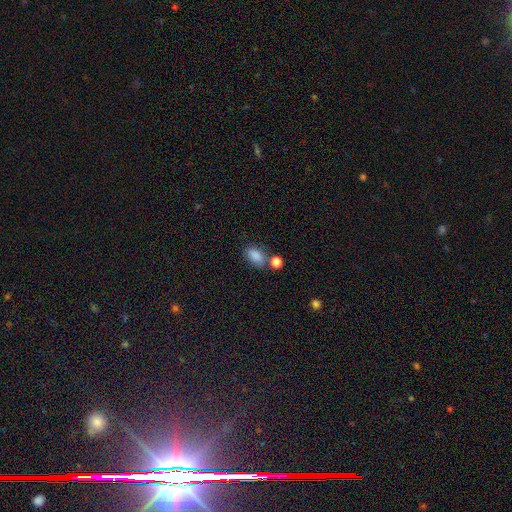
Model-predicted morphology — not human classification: Smooth or featured? smooth (85%)
How rounded? in between (86%)
Merging? none (63%)